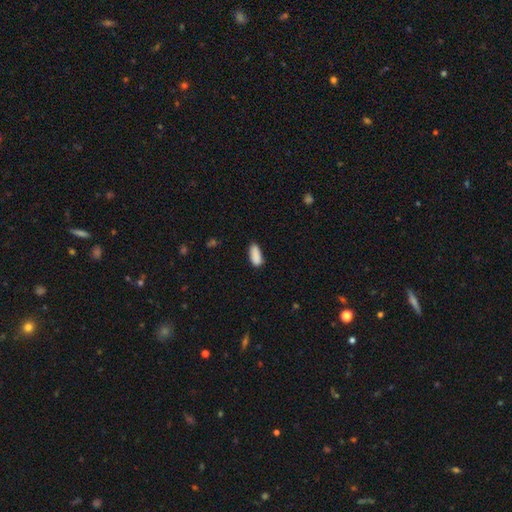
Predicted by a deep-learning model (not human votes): Q: Smooth or featured?
A: smooth (89%); runner-up: star or artifact (7%)
Q: How rounded?
A: in between (80%); runner-up: cigar-shaped (18%)
Q: Merging?
A: none (75%); runner-up: minor disturbance (20%)